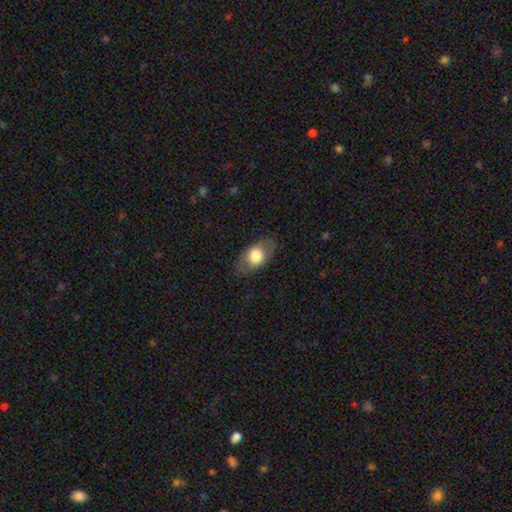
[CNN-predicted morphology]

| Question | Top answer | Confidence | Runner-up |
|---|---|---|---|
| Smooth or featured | smooth | 67% | featured or disk (27%) |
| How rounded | in between | 86% | round (11%) |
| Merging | none | 80% | minor disturbance (14%) |